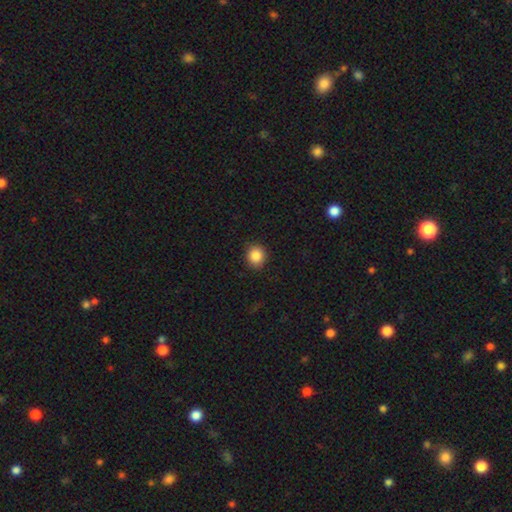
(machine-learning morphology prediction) type=smooth (86%); roundness=round (85%); merging=none (91%).